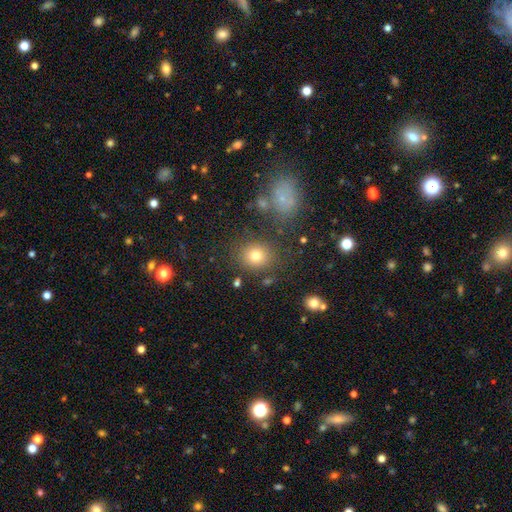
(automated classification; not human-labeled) The model was most divided on "how rounded": round: 69%, in between: 30%, cigar-shaped: 1%. More confident: merging — none (79%); smooth or featured — smooth (77%).